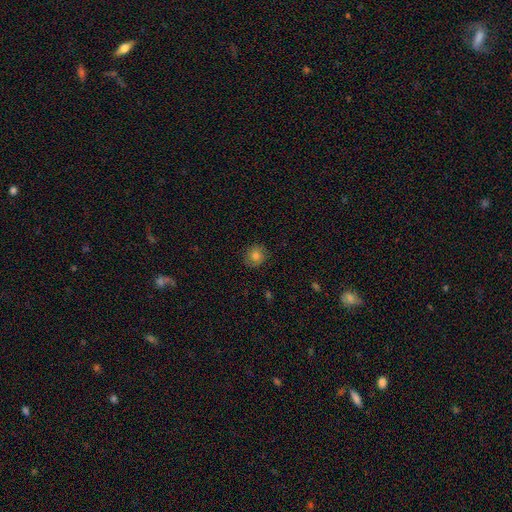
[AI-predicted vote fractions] This appears to be a smooth galaxy with no disk features (79%) that is round (82%). Merging: none (87%).